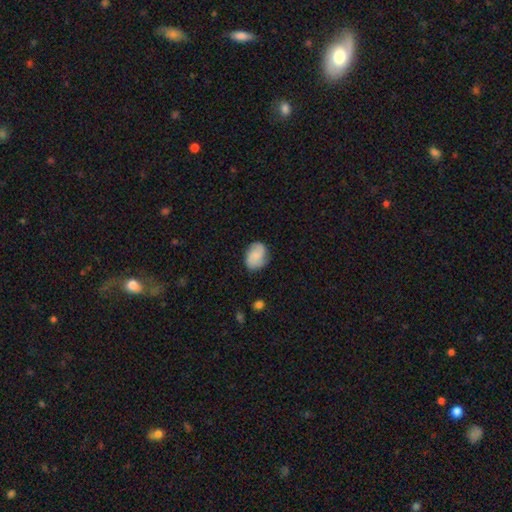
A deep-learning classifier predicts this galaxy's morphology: type=smooth (56%); roundness=in between (65%); merging=none (77%).